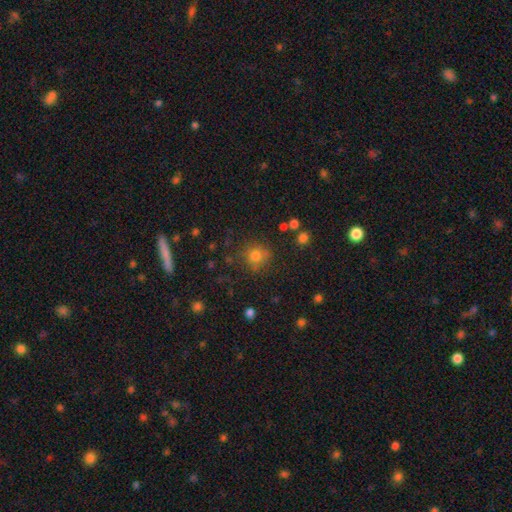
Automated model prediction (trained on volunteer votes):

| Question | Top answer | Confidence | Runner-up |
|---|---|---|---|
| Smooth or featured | smooth | 78% | star or artifact (15%) |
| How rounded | round | 89% | in between (10%) |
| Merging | none | 77% | minor disturbance (14%) |